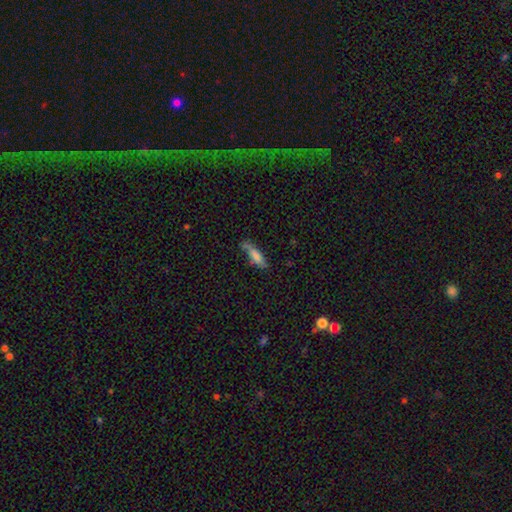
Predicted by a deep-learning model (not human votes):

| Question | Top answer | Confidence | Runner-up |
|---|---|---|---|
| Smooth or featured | smooth | 77% | featured or disk (15%) |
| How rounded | cigar-shaped | 65% | in between (33%) |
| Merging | none | 56% | minor disturbance (28%) |